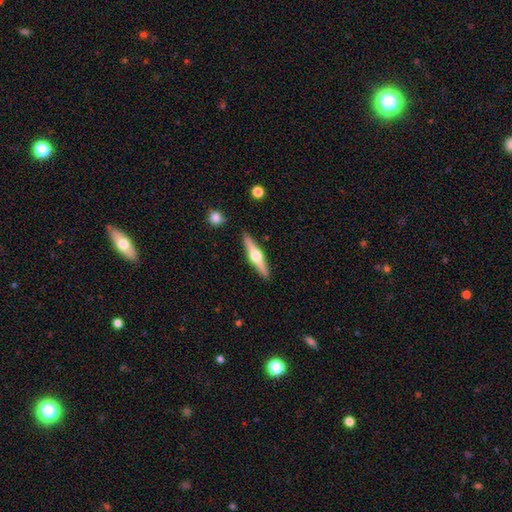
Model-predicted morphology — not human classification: The model was most divided on "smooth or featured": featured or disk: 74%, smooth: 21%, star or artifact: 5%. More confident: edge-on disk — yes (98%); edge-on bulge — rounded (96%); merging — none (91%).